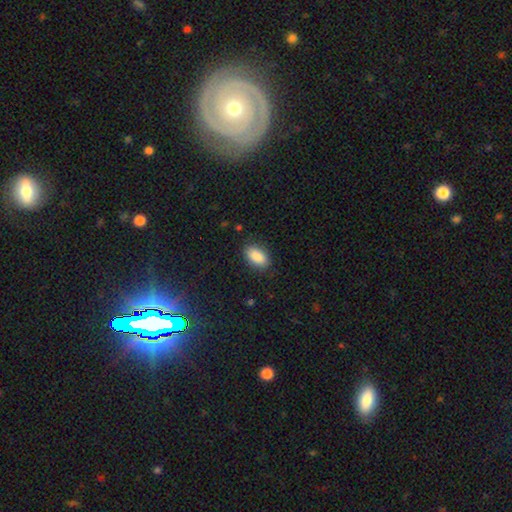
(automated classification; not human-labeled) Smooth or featured? smooth (89%)
How rounded? in between (93%)
Merging? none (87%)